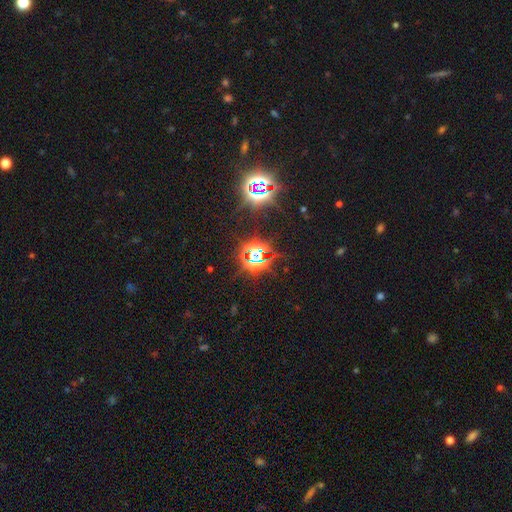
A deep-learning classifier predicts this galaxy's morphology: This appears to be a star or artifact, not a galaxy (83%).